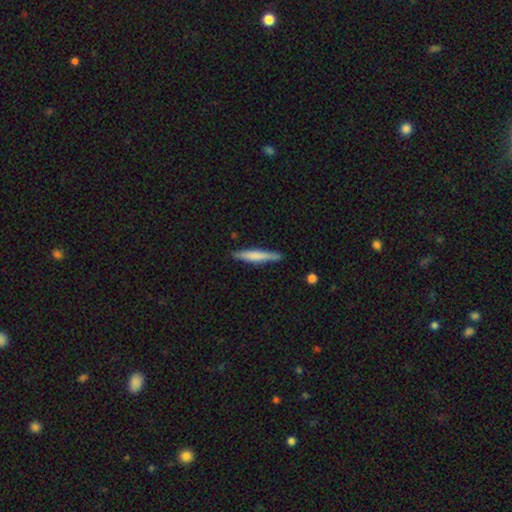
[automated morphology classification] A smooth galaxy with no disk features (64%) that is cigar-shaped (93%).

Vote fractions:
- Smooth or featured? smooth: 64% / featured or disk: 30% / star or artifact: 5%
- How rounded? cigar-shaped: 93% / in between: 6% / round: 1%
- Merging? none: 84% / minor disturbance: 12% / major disturbance: 2% / merger: 2%